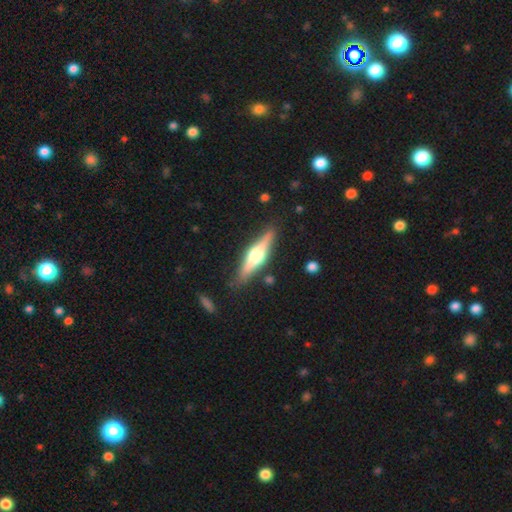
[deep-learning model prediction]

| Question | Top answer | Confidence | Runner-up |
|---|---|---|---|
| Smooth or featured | featured or disk | 66% | smooth (29%) |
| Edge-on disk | yes | 96% | no (4%) |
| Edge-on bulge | rounded | 90% | boxy (7%) |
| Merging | none | 84% | minor disturbance (11%) |